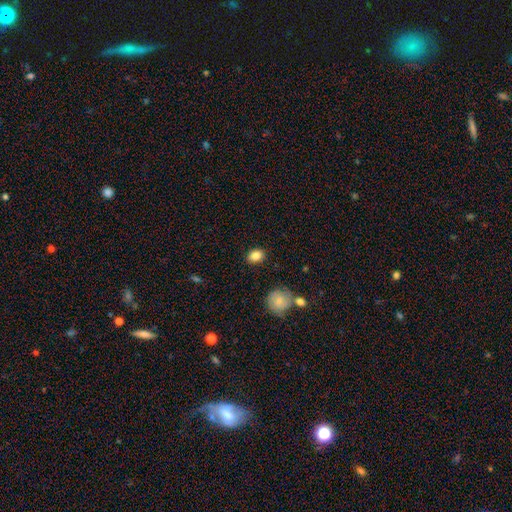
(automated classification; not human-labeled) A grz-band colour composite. It shows a smooth galaxy with no disk features (85%) that is in between round and cigar-shaped (67%). Merging: none (85%).